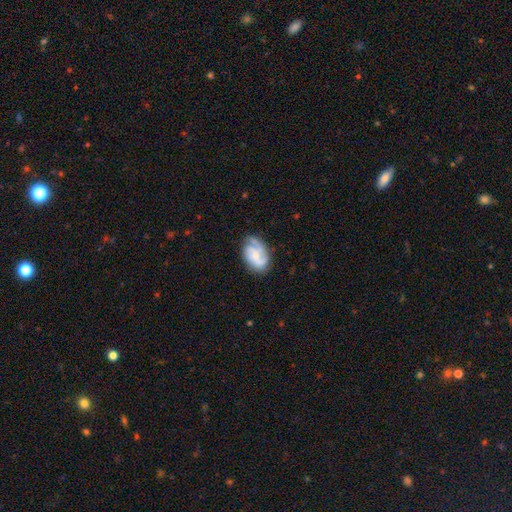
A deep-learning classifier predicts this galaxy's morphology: featured or disk 66%, smooth 27%, star or artifact 6%. Down the decision tree: edge-on disk — no (97%); bar — no (62%); spiral arms — yes (87%); spiral arm count — 2 (34%); spiral winding — medium (42%); bulge size — small (55%); merging — none (61%).